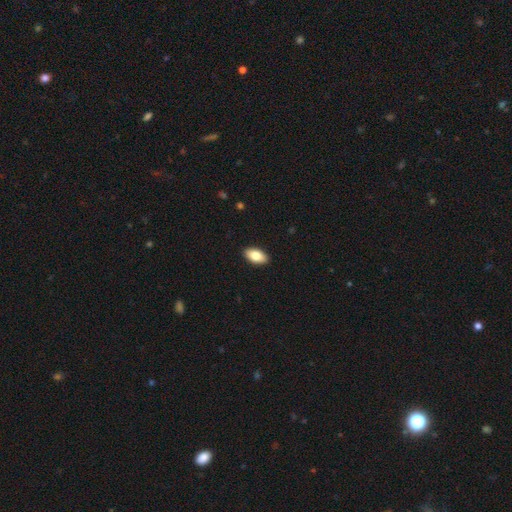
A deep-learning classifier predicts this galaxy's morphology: smooth 82%, featured or disk 11%, star or artifact 7%. Down the decision tree: how rounded — in between (94%); merging — none (90%).